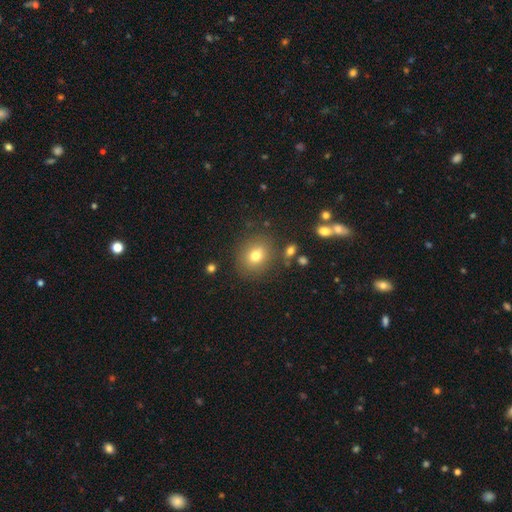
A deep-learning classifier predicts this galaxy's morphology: Smooth or featured?
  - smooth: 75% *
  - star or artifact: 13%
  - featured or disk: 11%
How rounded?
  - round: 68% *
  - in between: 31%
  - cigar-shaped: 1%
Merging?
  - none: 82% *
  - minor disturbance: 10%
  - major disturbance: 4%
  - merger: 4%